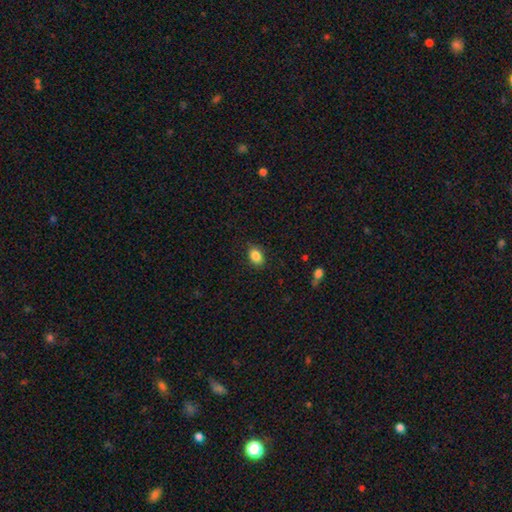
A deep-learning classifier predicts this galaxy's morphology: A smooth galaxy with no disk features (86%) that is in between round and cigar-shaped (82%).

Vote fractions:
- Smooth or featured? smooth: 86% / star or artifact: 8% / featured or disk: 6%
- How rounded? in between: 82% / round: 17% / cigar-shaped: 1%
- Merging? none: 86% / minor disturbance: 11% / major disturbance: 2% / merger: 1%